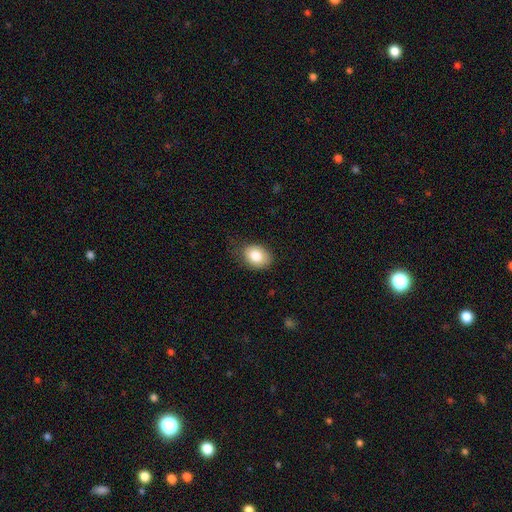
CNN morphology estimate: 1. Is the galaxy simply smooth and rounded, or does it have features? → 84% smooth, 8% featured or disk, 8% star or artifact.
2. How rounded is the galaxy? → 63% in between, 36% round, 1% cigar-shaped.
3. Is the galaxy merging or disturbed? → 69% none, 24% minor disturbance, 6% major disturbance, 1% merger.